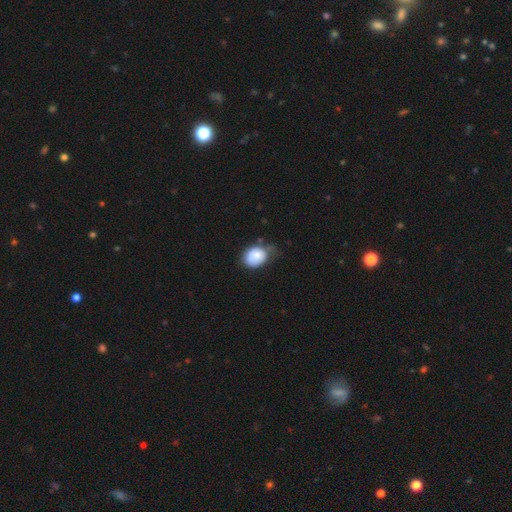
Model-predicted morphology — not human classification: smooth_or_featured: smooth (p=0.81) [alt: featured or disk p=0.12]
how_rounded: in between (p=0.51) [alt: round p=0.48]
merging: none (p=0.42) [alt: minor disturbance p=0.40]